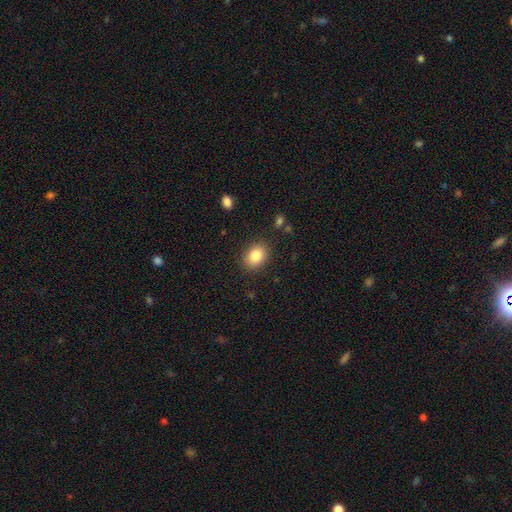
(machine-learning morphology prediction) A smooth galaxy with no disk features (84%) that is in between round and cigar-shaped (67%). Merging: none (87%).